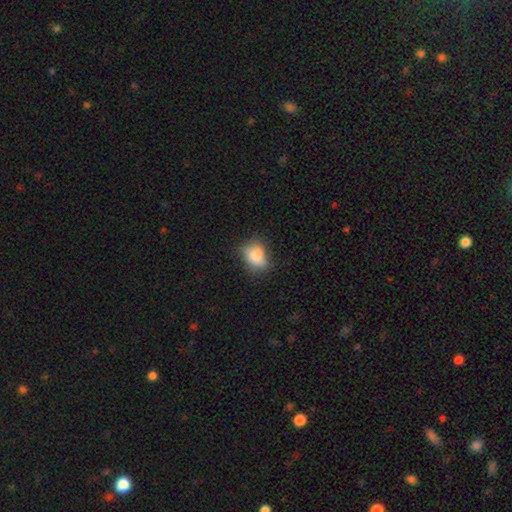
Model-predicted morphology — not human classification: The model was most divided on "merging": none: 55%, minor disturbance: 31%, major disturbance: 11%, merger: 3%. More confident: smooth or featured — smooth (81%); how rounded — in between (71%).